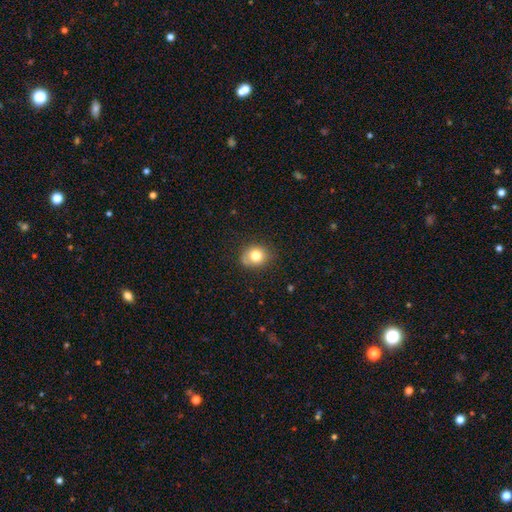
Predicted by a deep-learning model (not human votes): smooth-or-featured: smooth: 79% | star or artifact: 11% | featured or disk: 10%
  how-rounded: round: 63% | in between: 36% | cigar-shaped: 1%
  merging: none: 72% | minor disturbance: 21% | major disturbance: 5% | merger: 2%